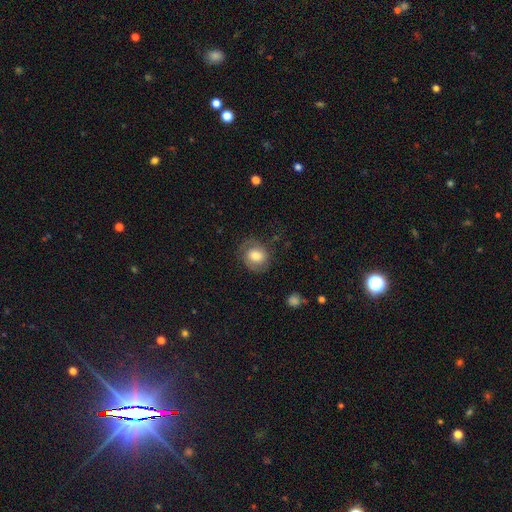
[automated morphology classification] smooth-or-featured: smooth: 55% | featured or disk: 37% | star or artifact: 8%
  how-rounded: round: 71% | in between: 28% | cigar-shaped: 1%
  merging: none: 70% | minor disturbance: 18% | major disturbance: 11% | merger: 1%